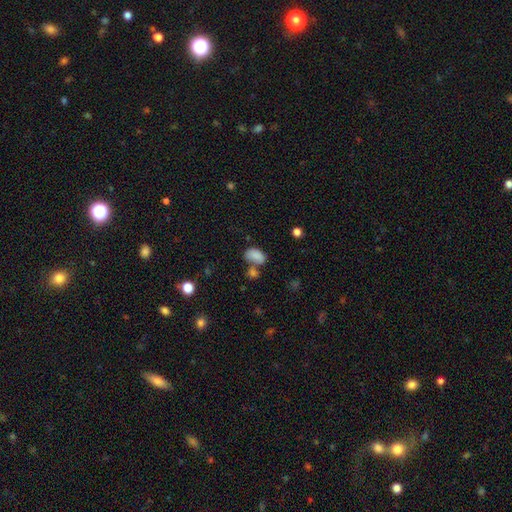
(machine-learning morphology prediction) Smooth or featured?
  - smooth: 82% *
  - star or artifact: 10%
  - featured or disk: 8%
How rounded?
  - in between: 90% *
  - round: 8%
  - cigar-shaped: 2%
Merging?
  - none: 39% *
  - merger: 33%
  - minor disturbance: 18%
  - major disturbance: 10%